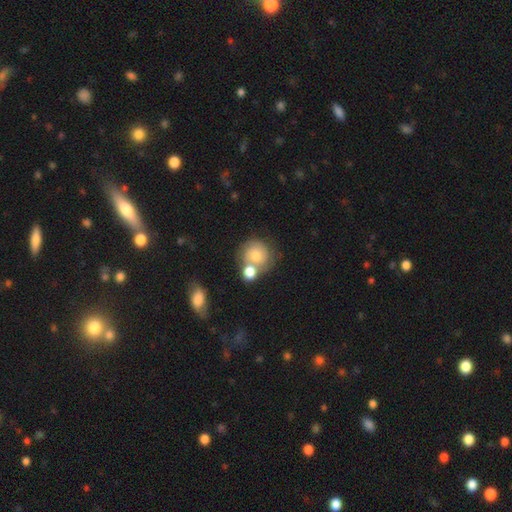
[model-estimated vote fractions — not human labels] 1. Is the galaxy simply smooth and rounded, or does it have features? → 57% smooth, 35% featured or disk, 9% star or artifact.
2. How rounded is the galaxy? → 82% round, 17% in between, 1% cigar-shaped.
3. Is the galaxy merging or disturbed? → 42% merger, 38% none, 13% minor disturbance, 7% major disturbance.